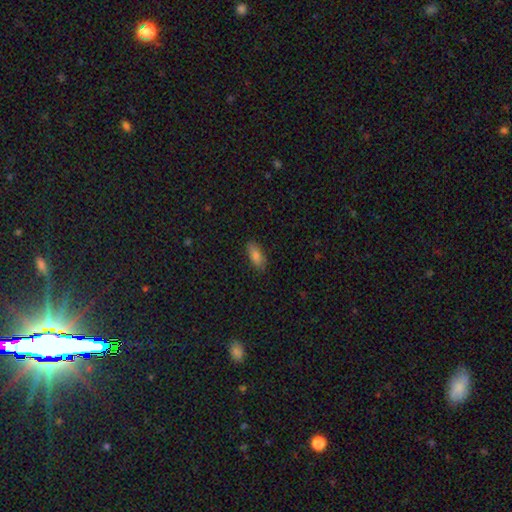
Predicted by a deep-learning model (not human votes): Q: Smooth or featured?
A: smooth (82%); runner-up: star or artifact (9%)
Q: How rounded?
A: in between (82%); runner-up: cigar-shaped (15%)
Q: Merging?
A: none (85%); runner-up: minor disturbance (12%)